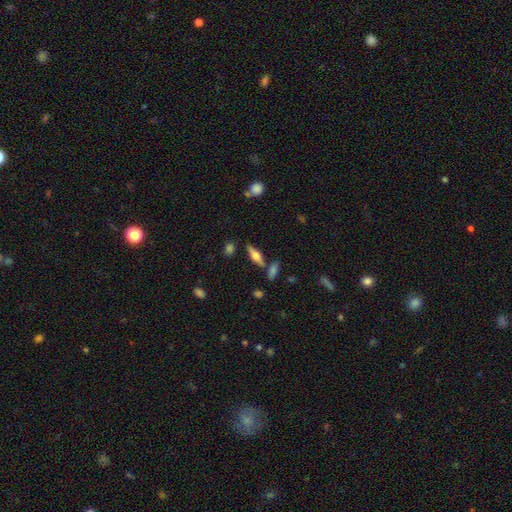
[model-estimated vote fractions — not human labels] A featured or disk galaxy (53%) viewed edge-on (94%).

Vote fractions:
- Smooth or featured? featured or disk: 53% / smooth: 39% / star or artifact: 8%
- Edge-on disk? yes: 94% / no: 6%
- Merging? none: 76% / minor disturbance: 12% / merger: 9% / major disturbance: 4%